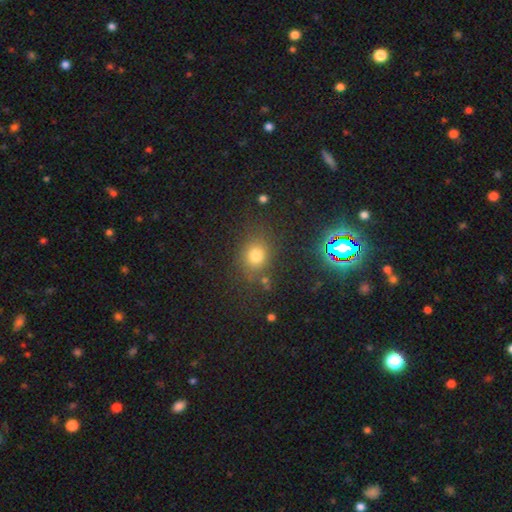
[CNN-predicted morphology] This appears to be a smooth galaxy with no disk features (73%) that is round (66%). Merging: none (77%).